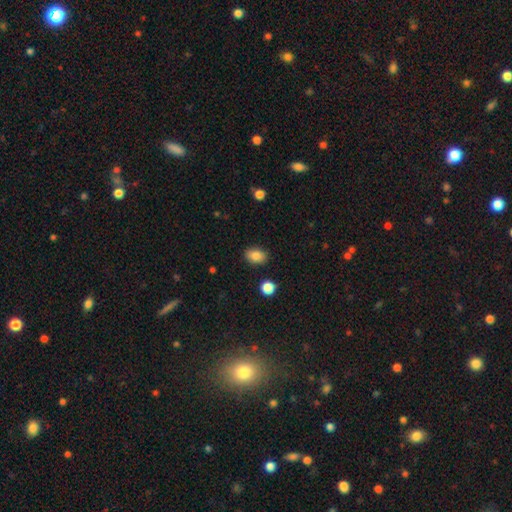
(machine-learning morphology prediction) This appears to be a smooth galaxy with no disk features (85%) that is in between round and cigar-shaped (81%). Merging: none (87%).